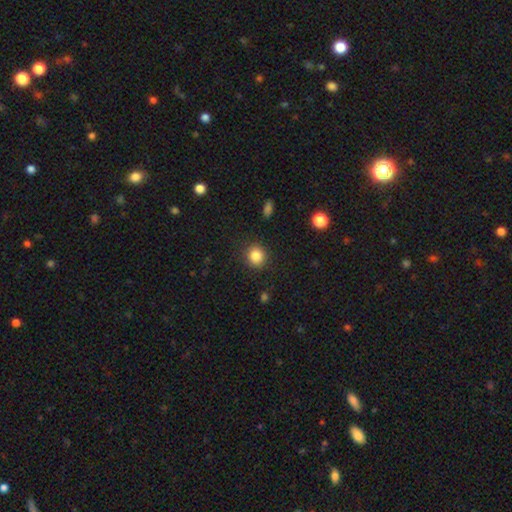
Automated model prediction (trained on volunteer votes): This appears to be a smooth galaxy with no disk features (85%) that is round (87%). Merging: none (89%).